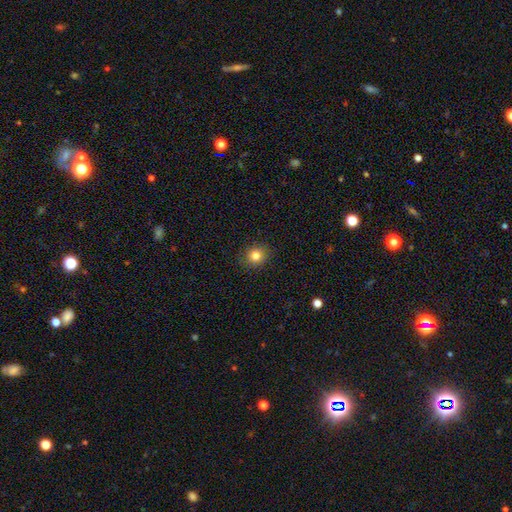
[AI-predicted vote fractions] Q: Smooth or featured?
A: smooth (82%); runner-up: star or artifact (12%)
Q: How rounded?
A: round (78%); runner-up: in between (21%)
Q: Merging?
A: none (89%); runner-up: minor disturbance (8%)